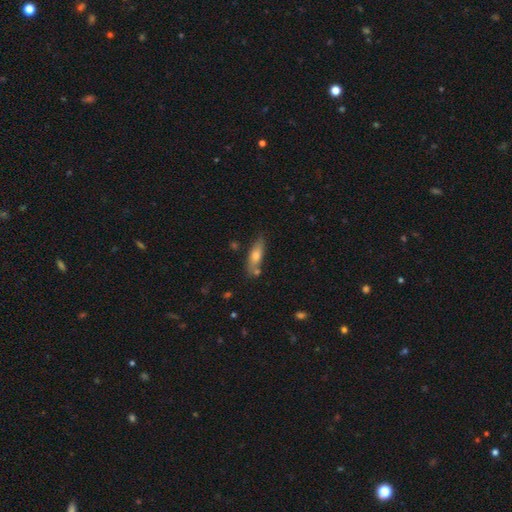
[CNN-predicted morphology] smooth-or-featured: smooth: 63% | featured or disk: 30% | star or artifact: 7%
  how-rounded: cigar-shaped: 57% | in between: 40% | round: 3%
  merging: none: 73% | minor disturbance: 15% | merger: 9% | major disturbance: 3%